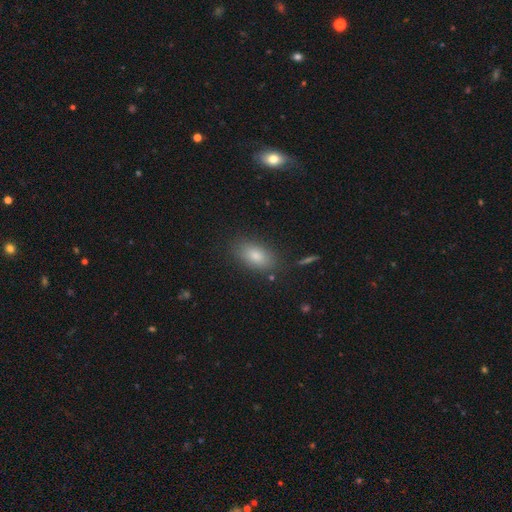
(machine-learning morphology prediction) smooth_or_featured: smooth (p=0.83) [alt: featured or disk p=0.09]
how_rounded: in between (p=0.90) [alt: round p=0.06]
merging: none (p=0.82) [alt: minor disturbance p=0.12]